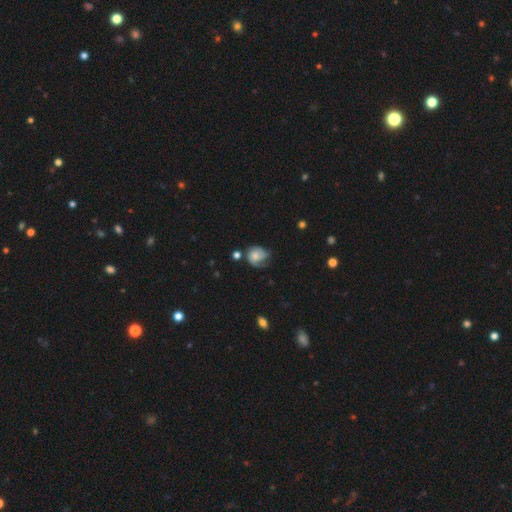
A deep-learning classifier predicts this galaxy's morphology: A featured or disk galaxy (47%).

Vote fractions:
- Smooth or featured? featured or disk: 47% / smooth: 44% / star or artifact: 8%
- Merging? none: 39% / minor disturbance: 30% / major disturbance: 27% / merger: 5%